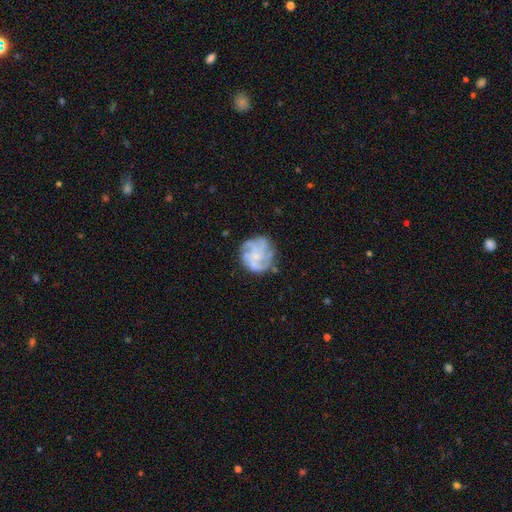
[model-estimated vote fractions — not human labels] Q: Smooth or featured?
A: featured or disk (72%); runner-up: smooth (20%)
Q: Edge-on disk?
A: no (98%); runner-up: yes (2%)
Q: Bar?
A: no (78%); runner-up: weak (19%)
Q: Spiral arms?
A: yes (84%); runner-up: no (16%)
Q: Spiral winding?
A: tight (44%); runner-up: medium (39%)
Q: Spiral arm count?
A: 4 (30%); runner-up: can't tell (27%)
Q: Bulge size?
A: small (60%); runner-up: moderate (19%)
Q: Merging?
A: none (71%); runner-up: minor disturbance (17%)